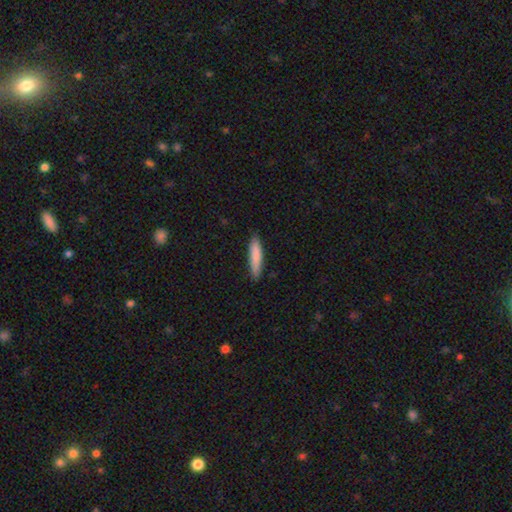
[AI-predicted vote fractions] smooth 84%, featured or disk 11%, star or artifact 5%. Down the decision tree: how rounded — cigar-shaped (82%); merging — none (87%).